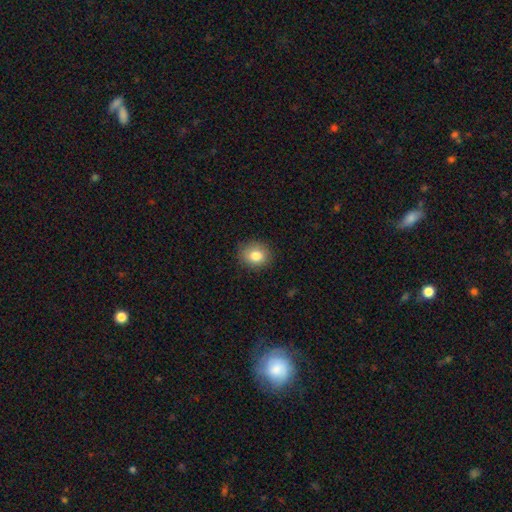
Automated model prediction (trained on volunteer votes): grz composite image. It shows a smooth galaxy with no disk features (82%) that is round (65%). Merging: none (86%).